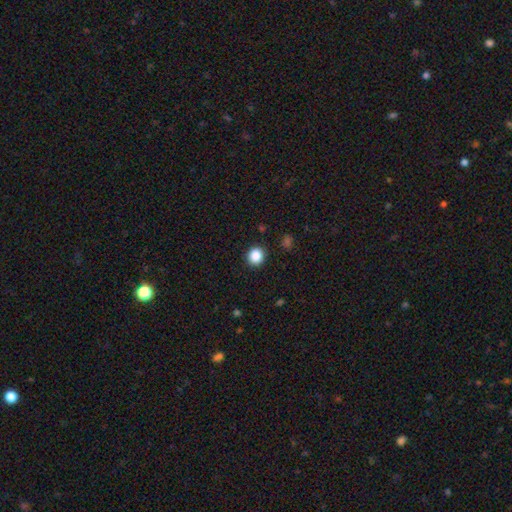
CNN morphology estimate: Smooth or featured? smooth (87%)
How rounded? round (91%)
Merging? none (91%)